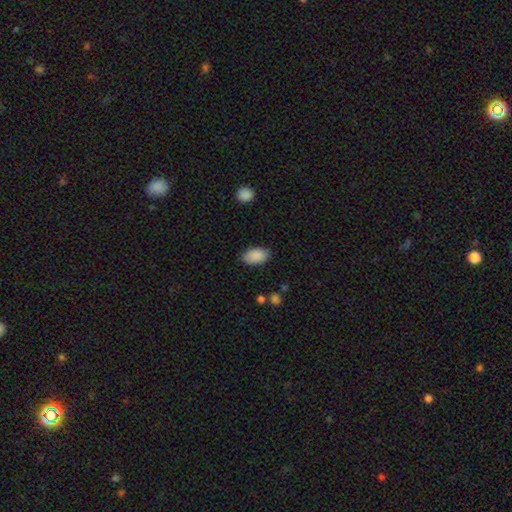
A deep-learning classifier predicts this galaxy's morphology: Smooth or featured? smooth (89%)
How rounded? in between (94%)
Merging? none (87%)